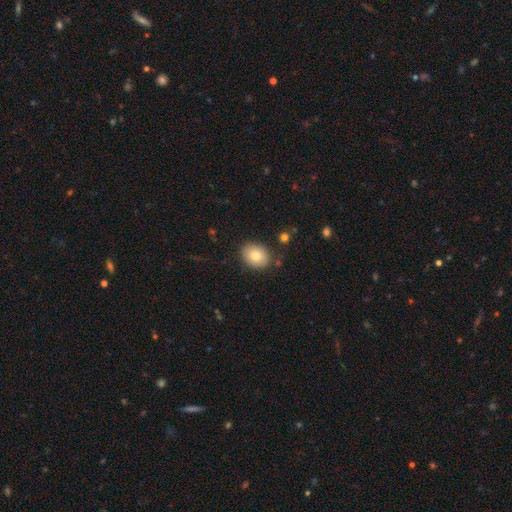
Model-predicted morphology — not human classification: The model was most divided on "how rounded": in between: 56%, round: 44%, cigar-shaped: 1%. More confident: merging — none (85%); smooth or featured — smooth (79%).